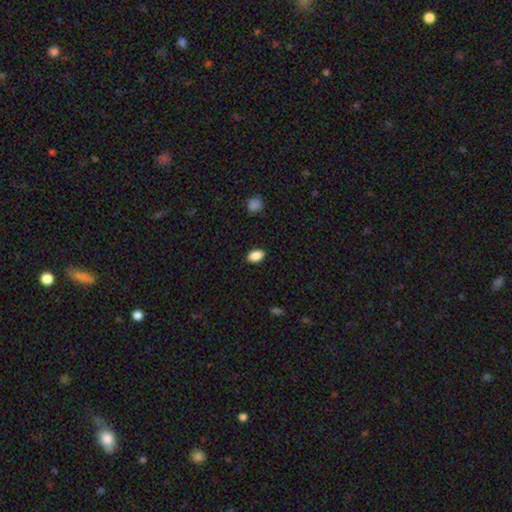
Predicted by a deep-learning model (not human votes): Smooth or featured? Predicted: smooth (p=0.88). How rounded? Predicted: in between (p=0.90). Merging? Predicted: none (p=0.88).